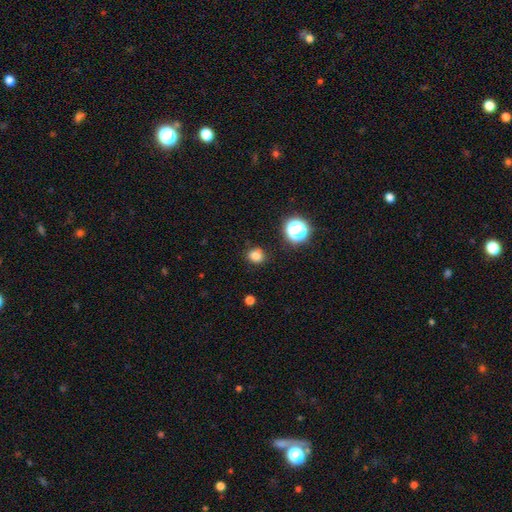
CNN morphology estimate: Smooth or featured?
  - smooth: 80% *
  - star or artifact: 15%
  - featured or disk: 5%
How rounded?
  - round: 78% *
  - in between: 21%
  - cigar-shaped: 1%
Merging?
  - none: 85% *
  - minor disturbance: 10%
  - major disturbance: 3%
  - merger: 2%